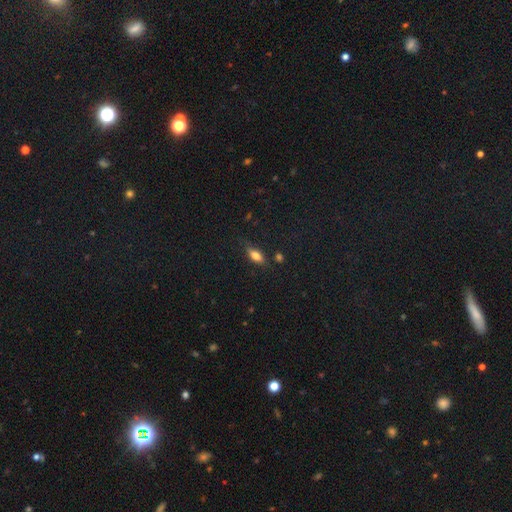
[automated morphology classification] Smooth or featured: smooth — 70% (featured or disk — 20%)
How rounded: in between — 74% (cigar-shaped — 23%)
Merging: none — 77% (minor disturbance — 16%)